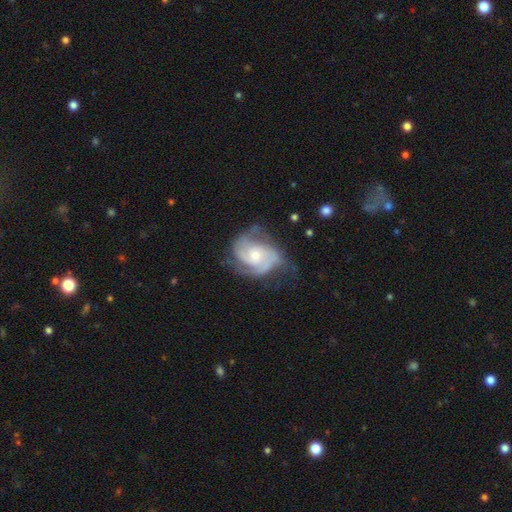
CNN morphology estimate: smooth_or_featured: featured or disk (p=0.85) [alt: smooth p=0.10]
disk_edge_on: no (p=0.98) [alt: yes p=0.02]
bar: no (p=0.68) [alt: weak p=0.27]
has_spiral_arms: yes (p=0.95) [alt: no p=0.05]
spiral_winding: medium (p=0.47) [alt: tight p=0.38]
spiral_arm_count: 2 (p=0.43) [alt: 3 p=0.30]
bulge_size: moderate (p=0.46) [tied with: small p=0.46]
merging: none (p=0.55) [alt: minor disturbance p=0.26]